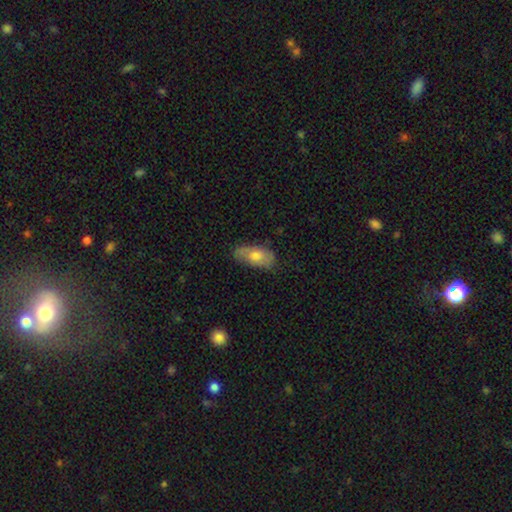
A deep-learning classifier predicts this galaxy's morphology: This appears to be a smooth galaxy with no disk features (64%) that is in between round and cigar-shaped (89%). Merging: none (68%).